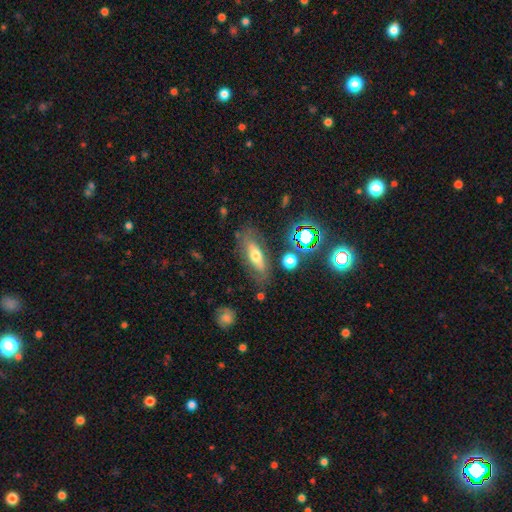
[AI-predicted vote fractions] Morphology: type=smooth (52%); roundness=in between (61%); merging=none (71%).